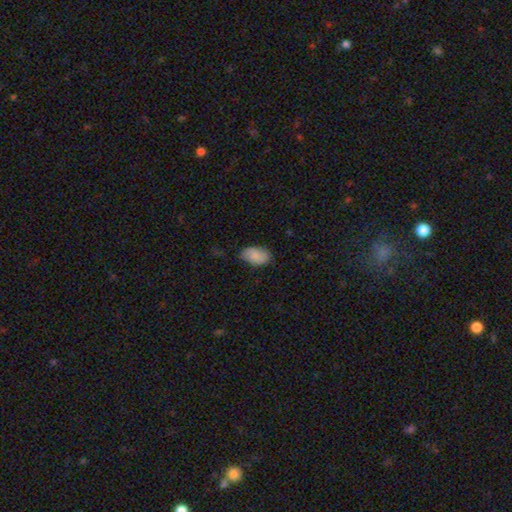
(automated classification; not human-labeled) smooth 86%, featured or disk 8%, star or artifact 6%. Down the decision tree: how rounded — in between (94%); merging — none (77%).